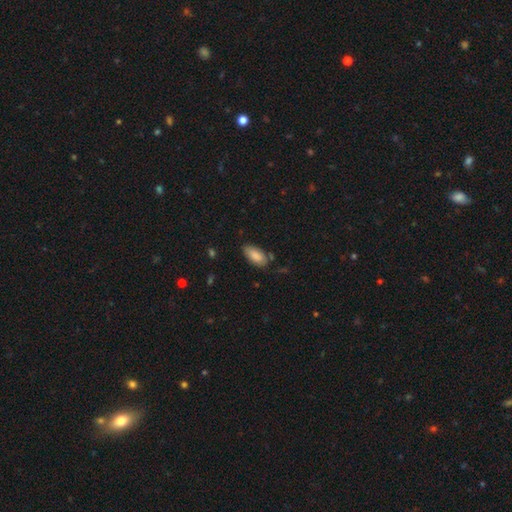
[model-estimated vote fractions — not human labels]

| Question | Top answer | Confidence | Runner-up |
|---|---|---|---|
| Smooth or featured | smooth | 86% | featured or disk (7%) |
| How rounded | in between | 90% | cigar-shaped (8%) |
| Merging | none | 70% | minor disturbance (22%) |